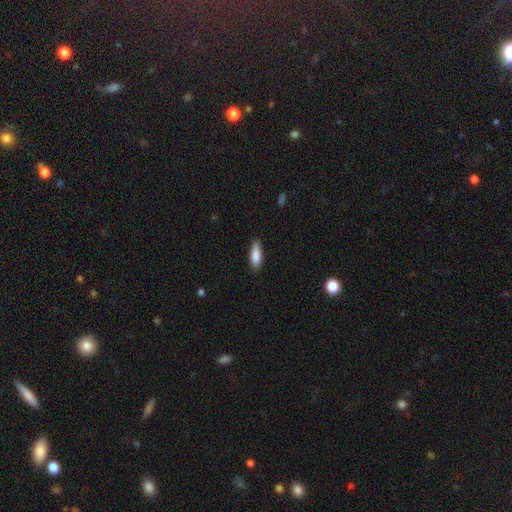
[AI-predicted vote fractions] Q: Smooth or featured?
A: smooth (86%); runner-up: featured or disk (8%)
Q: How rounded?
A: in between (64%); runner-up: cigar-shaped (35%)
Q: Merging?
A: none (80%); runner-up: minor disturbance (17%)